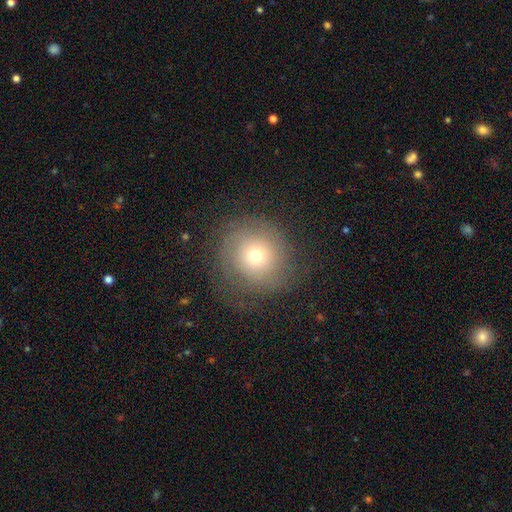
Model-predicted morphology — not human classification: smooth 54%, featured or disk 32%, star or artifact 14%. Down the decision tree: how rounded — round (91%); merging — none (72%).